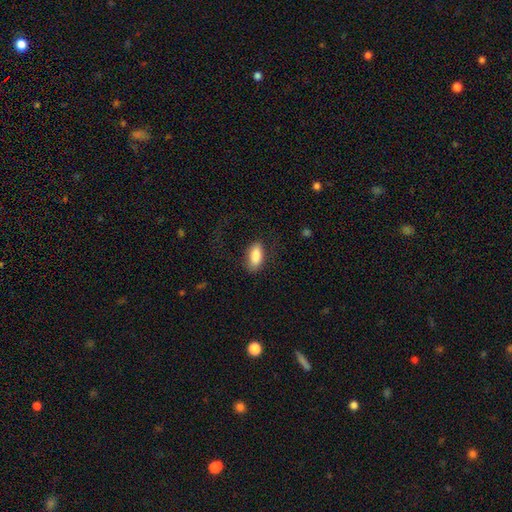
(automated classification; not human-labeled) Smooth or featured? smooth (86%)
How rounded? in between (87%)
Merging? none (74%)